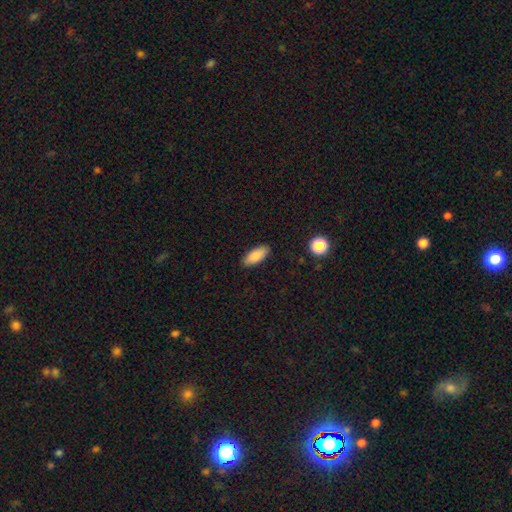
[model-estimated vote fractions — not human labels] smooth 87%, star or artifact 7%, featured or disk 7%. Down the decision tree: how rounded — in between (80%); merging — none (88%).